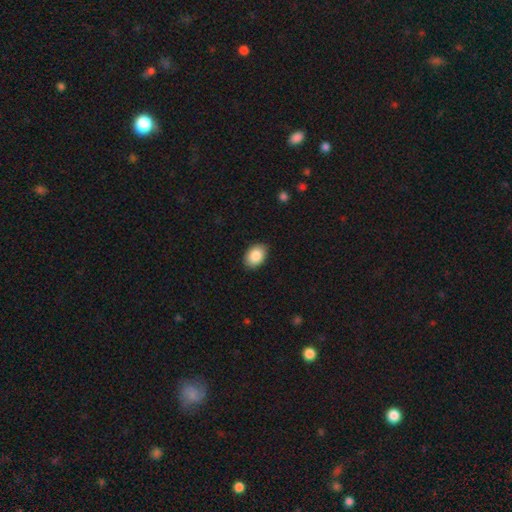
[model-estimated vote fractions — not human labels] This appears to be a smooth galaxy with no disk features (88%) that is in between round and cigar-shaped (81%). Merging: none (86%).